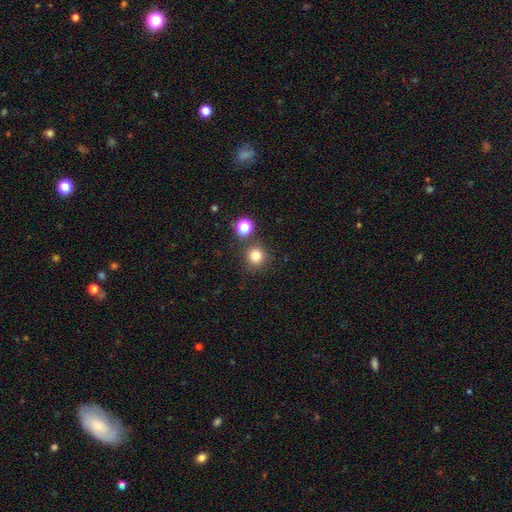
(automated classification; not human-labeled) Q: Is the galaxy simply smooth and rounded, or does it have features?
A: smooth — 79%.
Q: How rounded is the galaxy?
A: round — 92%.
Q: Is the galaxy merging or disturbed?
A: none — 81%.